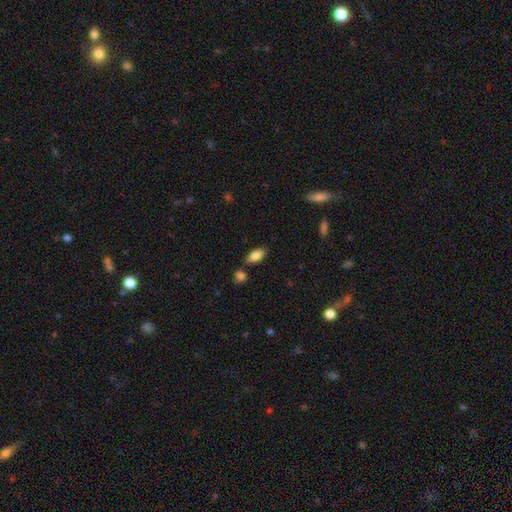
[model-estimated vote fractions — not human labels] A smooth galaxy with no disk features (84%) that is in between round and cigar-shaped (91%). Merging: none (78%).